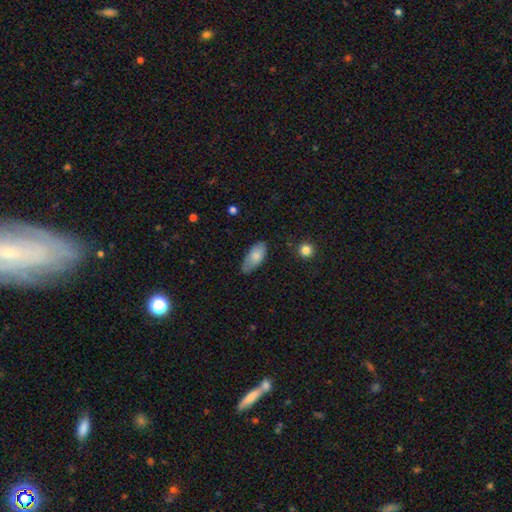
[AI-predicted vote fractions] smooth 79%, featured or disk 14%, star or artifact 6%. Down the decision tree: how rounded — in between (88%); merging — none (59%).